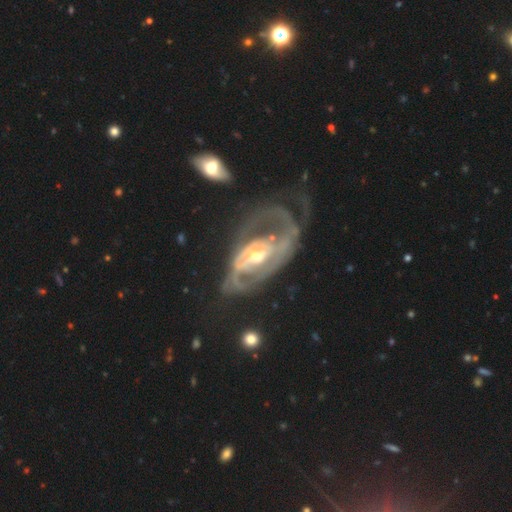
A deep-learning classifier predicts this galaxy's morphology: smooth-or-featured: featured or disk: 87% | smooth: 7% | star or artifact: 5%
  disk-edge-on: no: 95% | yes: 5%
    bar: no: 40% | weak: 39% | strong: 21%
    has-spiral-arms: yes: 84% | no: 16%
      spiral-winding: medium: 39% (tied) | tight: 39% (tied) | loose: 22%
      spiral-arm-count: 2: 40% | can't tell: 30% | 1: 15% | 3: 8% | 4: 3% | more than 4: 3%
    bulge-size: moderate: 61% | small: 30% | large: 7% | none: 2% | dominant: 1%
  merging: major disturbance: 51% | none: 26% | minor disturbance: 17% | merger: 6%